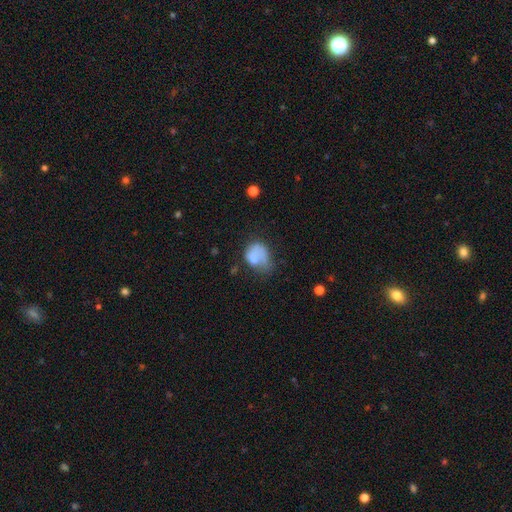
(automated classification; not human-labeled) A smooth galaxy with no disk features (63%) that is in between round and cigar-shaped (61%).

Vote fractions:
- Smooth or featured? smooth: 63% / featured or disk: 28% / star or artifact: 9%
- How rounded? in between: 61% / round: 38% / cigar-shaped: 1%
- Merging? major disturbance: 37% / minor disturbance: 28% / none: 26% / merger: 9%